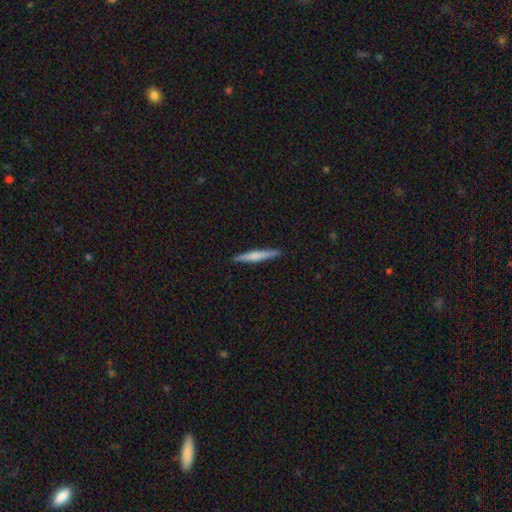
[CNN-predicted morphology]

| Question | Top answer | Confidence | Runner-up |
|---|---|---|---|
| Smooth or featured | smooth | 54% | featured or disk (41%) |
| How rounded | cigar-shaped | 95% | in between (4%) |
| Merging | none | 91% | minor disturbance (7%) |